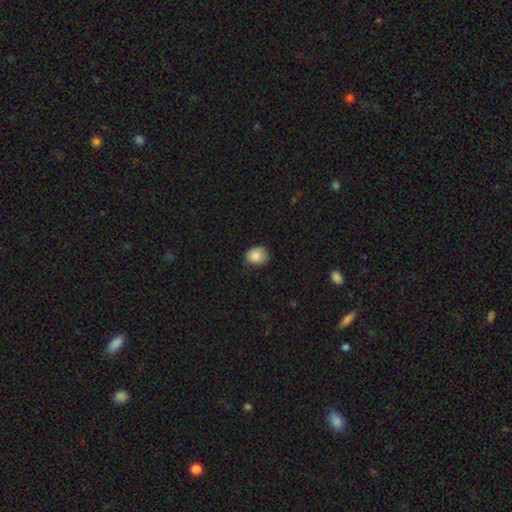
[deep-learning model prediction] Morphology: type=smooth (86%); roundness=round (60%); merging=none (70%).